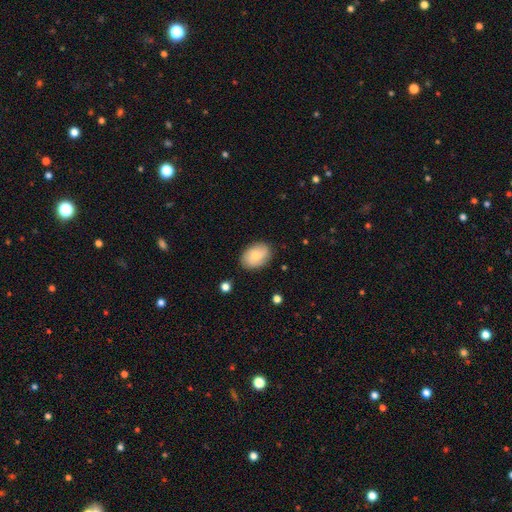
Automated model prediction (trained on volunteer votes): Morphology: type=smooth (74%); roundness=in between (82%); merging=none (81%).